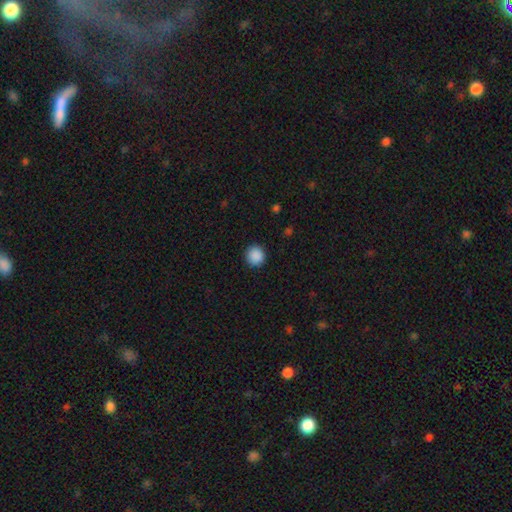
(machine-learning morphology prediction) A smooth galaxy with no disk features (89%) that is round (94%). Merging: none (91%).